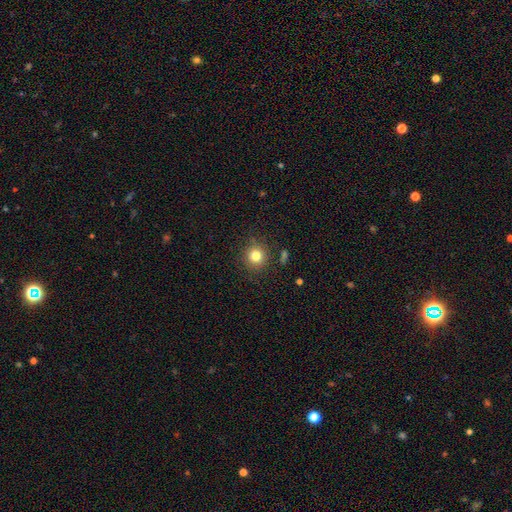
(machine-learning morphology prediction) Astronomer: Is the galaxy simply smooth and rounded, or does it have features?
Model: smooth — 81%.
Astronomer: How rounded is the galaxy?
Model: round — 91%.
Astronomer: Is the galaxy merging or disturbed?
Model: none — 86%.